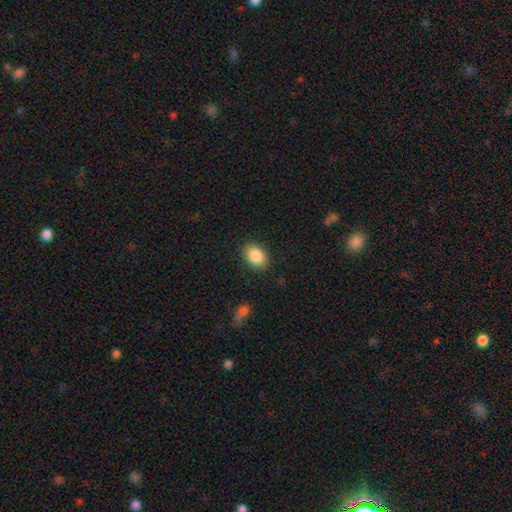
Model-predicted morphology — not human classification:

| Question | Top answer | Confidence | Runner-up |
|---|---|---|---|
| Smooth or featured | smooth | 87% | star or artifact (7%) |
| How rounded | in between | 77% | round (22%) |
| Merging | none | 87% | minor disturbance (9%) |